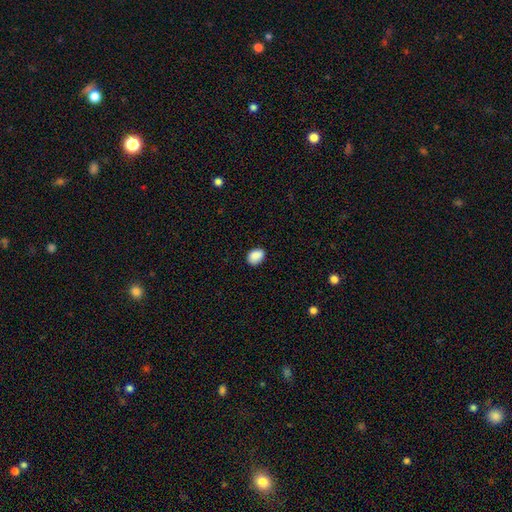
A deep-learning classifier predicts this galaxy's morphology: A smooth galaxy with no disk features (89%) that is in between round and cigar-shaped (73%). Merging: none (84%).